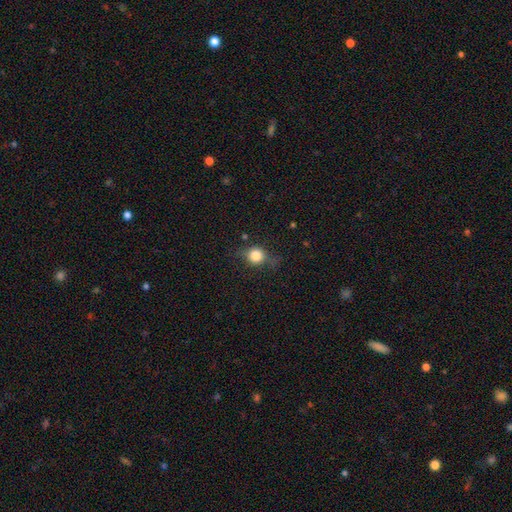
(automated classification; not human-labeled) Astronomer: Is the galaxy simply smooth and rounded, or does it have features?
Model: smooth — 76%.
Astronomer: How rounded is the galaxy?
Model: round — 82%.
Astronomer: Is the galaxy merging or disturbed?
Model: none — 69%.